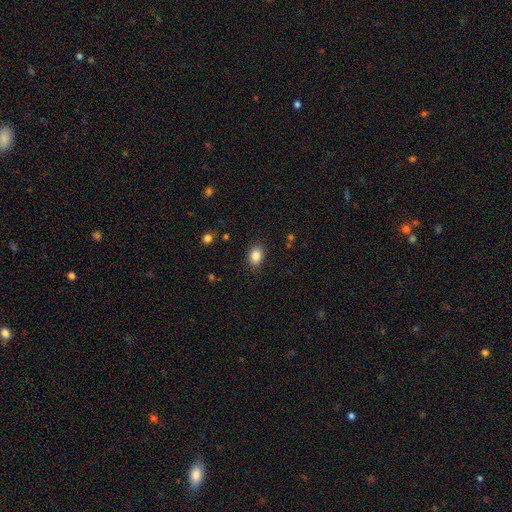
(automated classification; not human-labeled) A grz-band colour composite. It shows a smooth galaxy with no disk features (86%) that is in between round and cigar-shaped (70%). Merging: none (86%).